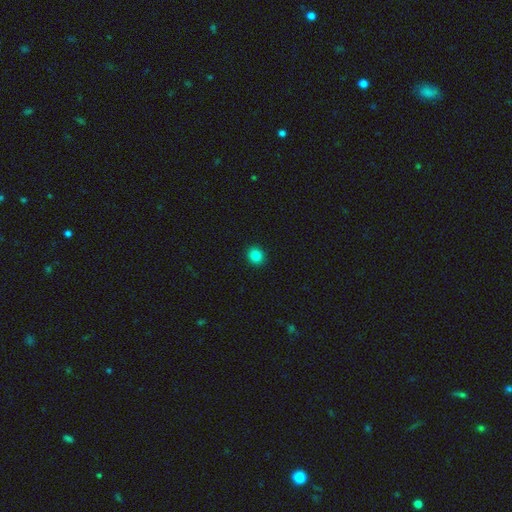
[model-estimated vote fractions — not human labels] Morphology: type=smooth (83%); roundness=round (82%); merging=none (93%).